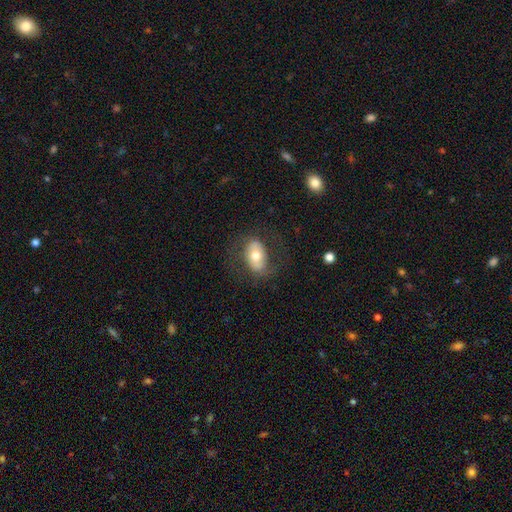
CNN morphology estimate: smooth_or_featured: smooth (p=0.57) [alt: featured or disk p=0.36]
how_rounded: in between (p=0.86) [alt: round p=0.12]
merging: none (p=0.72) [alt: minor disturbance p=0.16]